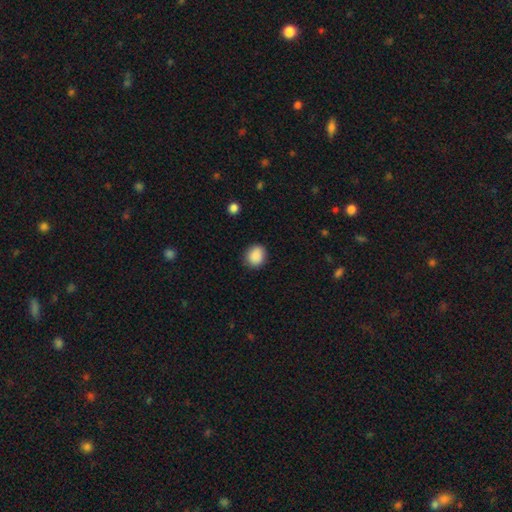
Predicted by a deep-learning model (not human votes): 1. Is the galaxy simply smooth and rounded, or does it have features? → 89% smooth, 8% star or artifact, 3% featured or disk.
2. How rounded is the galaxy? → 69% round, 30% in between, 1% cigar-shaped.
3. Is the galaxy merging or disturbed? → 86% none, 10% minor disturbance, 3% major disturbance, 1% merger.